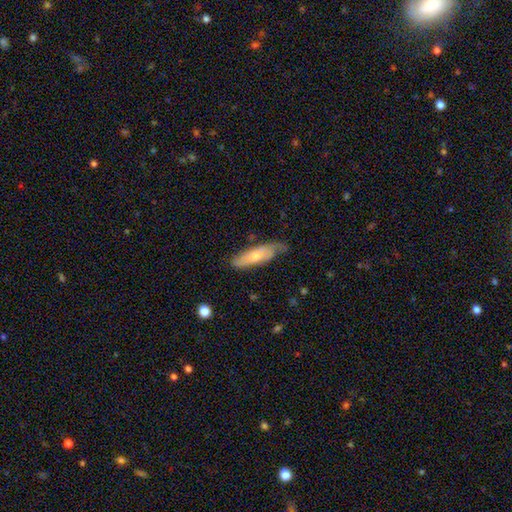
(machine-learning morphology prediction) Smooth or featured? smooth (53%)
How rounded? cigar-shaped (53%)
Merging? none (60%)